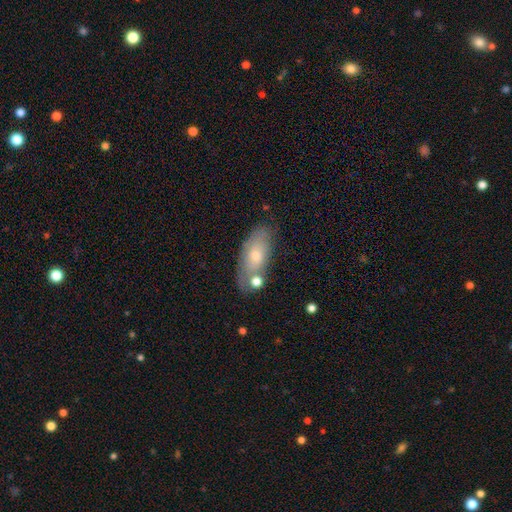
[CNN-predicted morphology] Q: Smooth or featured?
A: smooth (64%); runner-up: featured or disk (28%)
Q: How rounded?
A: in between (85%); runner-up: cigar-shaped (12%)
Q: Merging?
A: none (59%); runner-up: minor disturbance (20%)